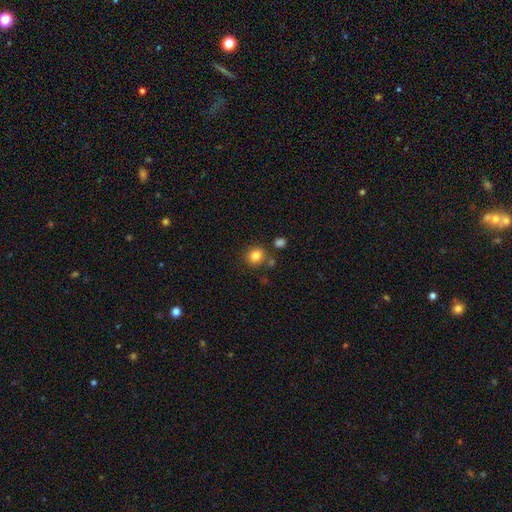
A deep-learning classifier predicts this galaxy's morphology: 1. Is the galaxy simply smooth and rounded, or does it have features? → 83% smooth, 11% star or artifact, 6% featured or disk.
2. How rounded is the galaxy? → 84% round, 15% in between, 1% cigar-shaped.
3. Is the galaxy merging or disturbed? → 79% none, 10% minor disturbance, 8% merger, 3% major disturbance.